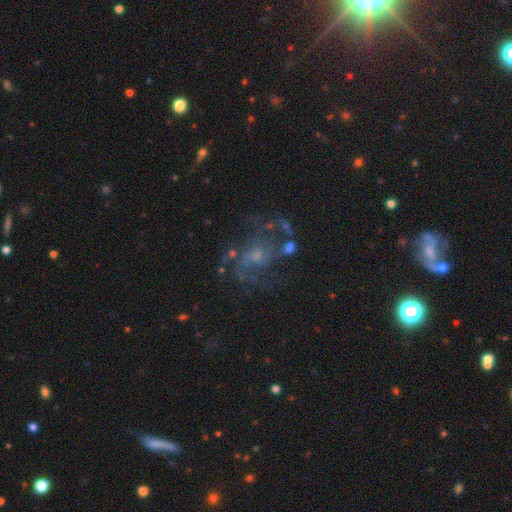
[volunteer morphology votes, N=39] Smooth or featured?
  - featured or disk: 74% *
  - smooth: 21%
  - star or artifact: 5%
Edge-on disk?
  - no: 100% *
  - yes: 0%
Bar?
  - no: 83% *
  - weak: 14%
  - strong: 3%
Spiral arms?
  - yes: 76% *
  - no: 24%
Spiral winding?
  - loose: 50% *
  - medium: 27%
  - tight: 23%
Spiral arm count?
  - can't tell: 32% *
  - 3: 27%
  - 4: 23%
  - 2: 14%
  - more than 4: 5%
  - 1: 0%
Bulge size?
  - small: 66% *
  - moderate: 21%
  - none: 7%
  - dominant: 3%
  - large: 3%
Merging?
  - none: 43% *
  - major disturbance: 27%
  - minor disturbance: 16%
  - merger: 14%